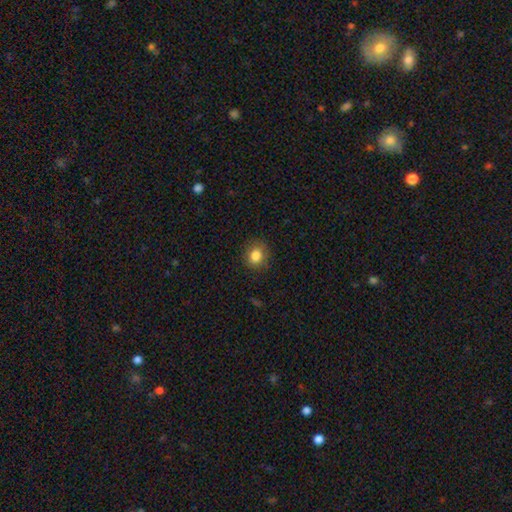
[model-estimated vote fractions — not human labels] Overall: smooth (83%). How rounded: round (68%; in between 31%). Merging: none (82%).